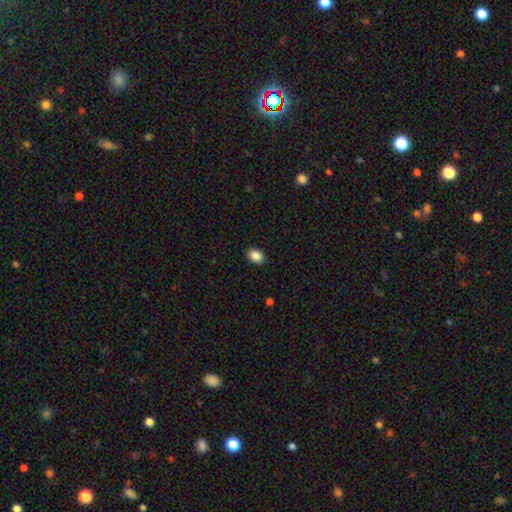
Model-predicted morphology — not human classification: type=smooth (87%); roundness=in between (64%); merging=none (91%).